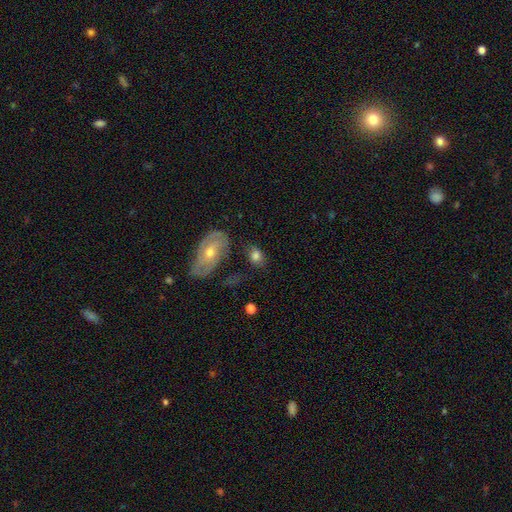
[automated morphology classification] Smooth or featured?
  - smooth: 74% *
  - featured or disk: 18%
  - star or artifact: 8%
How rounded?
  - in between: 74% *
  - round: 24%
  - cigar-shaped: 2%
Merging?
  - none: 65% *
  - minor disturbance: 19%
  - merger: 9%
  - major disturbance: 7%